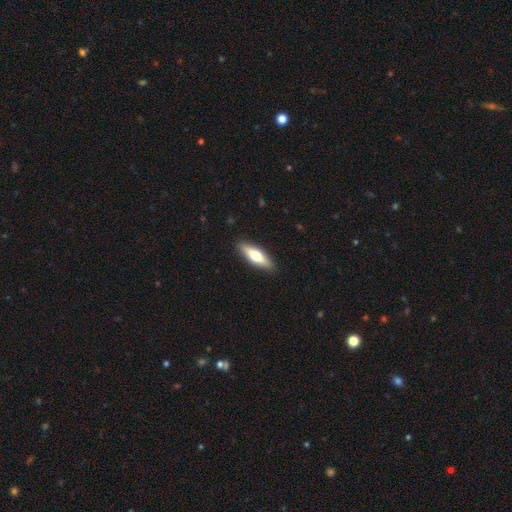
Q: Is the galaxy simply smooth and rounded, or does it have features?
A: featured or disk — 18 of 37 (49%).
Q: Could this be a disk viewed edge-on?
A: yes — 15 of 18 (83%).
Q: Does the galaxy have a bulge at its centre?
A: rounded — 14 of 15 (93%).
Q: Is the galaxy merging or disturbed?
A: none — 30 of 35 (86%).